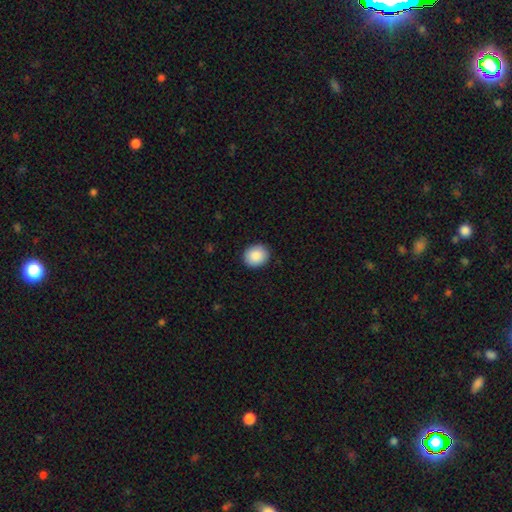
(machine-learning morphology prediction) Q: Smooth or featured?
A: smooth (88%); runner-up: star or artifact (7%)
Q: How rounded?
A: round (70%); runner-up: in between (29%)
Q: Merging?
A: none (91%); runner-up: minor disturbance (7%)